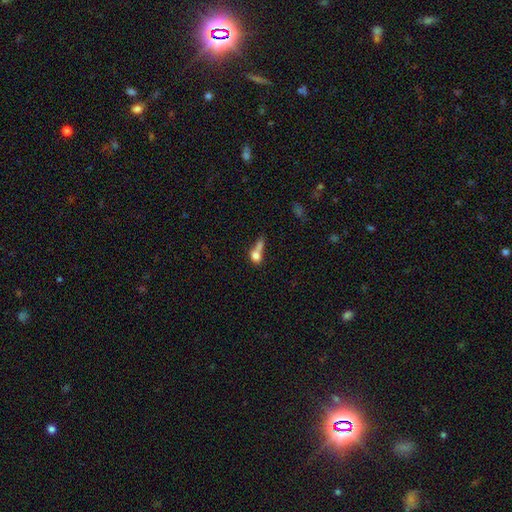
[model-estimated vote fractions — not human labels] This is likely a smooth galaxy (69%). How rounded: possibly in between (47%). Merging: possibly merger (50%).